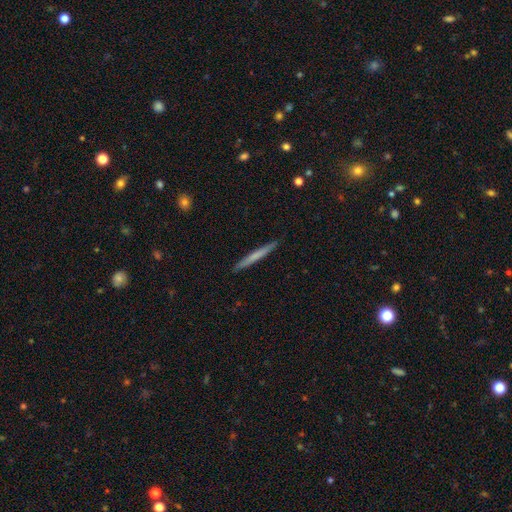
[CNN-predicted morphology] Smooth or featured?
  - smooth: 61% *
  - featured or disk: 34%
  - star or artifact: 5%
How rounded?
  - cigar-shaped: 97% *
  - in between: 2%
  - round: 1%
Merging?
  - none: 92% *
  - minor disturbance: 6%
  - major disturbance: 1%
  - merger: 1%